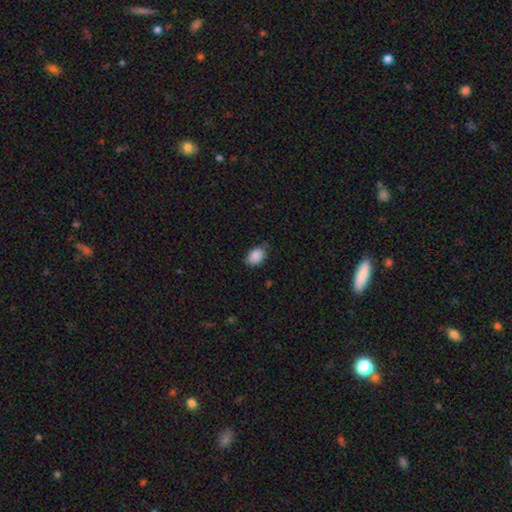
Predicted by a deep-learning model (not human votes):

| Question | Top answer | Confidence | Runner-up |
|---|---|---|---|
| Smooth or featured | smooth | 89% | star or artifact (7%) |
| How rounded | in between | 79% | round (20%) |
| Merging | none | 75% | minor disturbance (20%) |